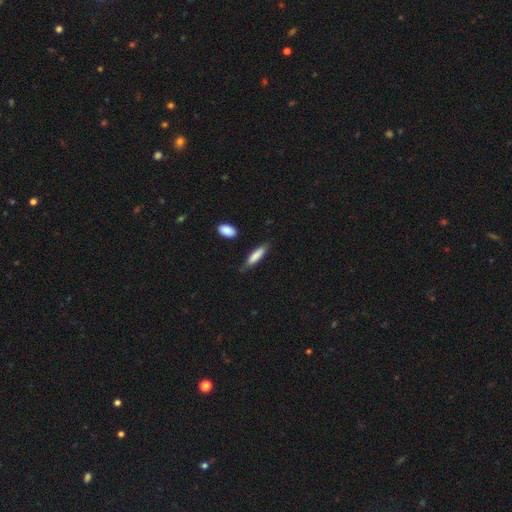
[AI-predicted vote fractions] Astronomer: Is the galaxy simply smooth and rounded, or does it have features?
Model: smooth — 82%.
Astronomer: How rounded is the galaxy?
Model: cigar-shaped — 73%.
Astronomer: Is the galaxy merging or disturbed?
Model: none — 76%.